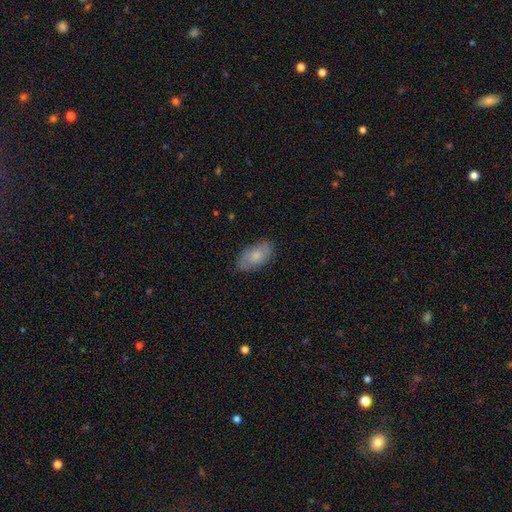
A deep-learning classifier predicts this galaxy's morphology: A smooth galaxy with no disk features (66%) that is in between round and cigar-shaped (93%). Merging: none (80%).